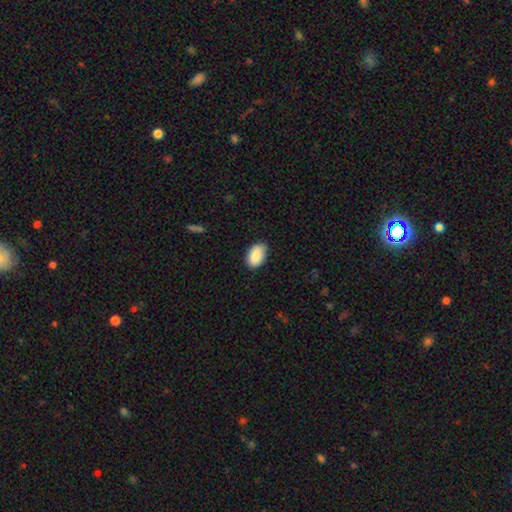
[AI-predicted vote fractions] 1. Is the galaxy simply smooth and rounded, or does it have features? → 88% smooth, 7% star or artifact, 5% featured or disk.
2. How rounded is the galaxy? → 92% in between, 7% round, 1% cigar-shaped.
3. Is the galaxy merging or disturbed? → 81% none, 16% minor disturbance, 2% major disturbance, 1% merger.